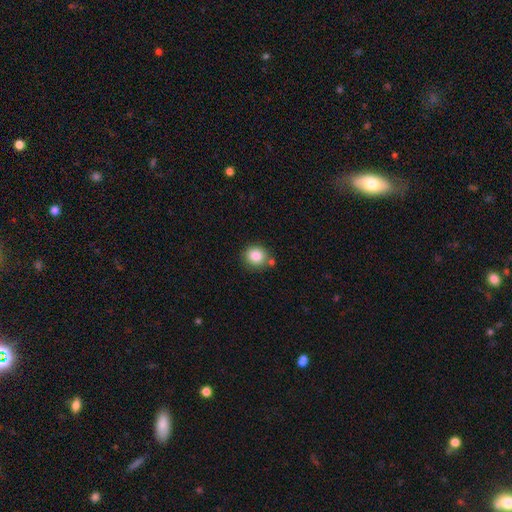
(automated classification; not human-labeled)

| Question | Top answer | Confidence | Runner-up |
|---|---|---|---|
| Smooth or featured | smooth | 85% | star or artifact (9%) |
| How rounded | round | 85% | in between (14%) |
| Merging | none | 77% | minor disturbance (11%) |